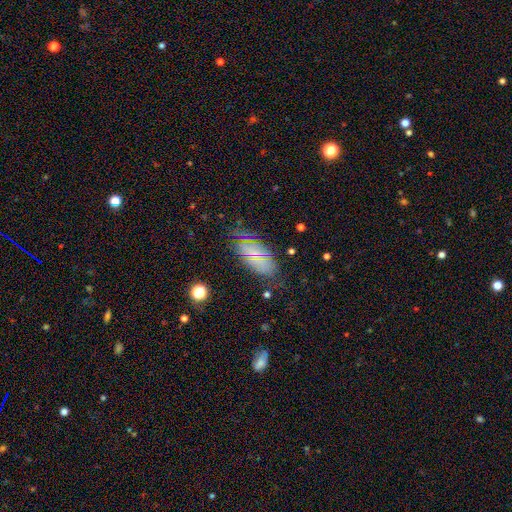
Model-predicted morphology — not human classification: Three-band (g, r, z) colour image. It shows a smooth galaxy with no disk features (54%) that is in between round and cigar-shaped (83%). Merging: none (60%).